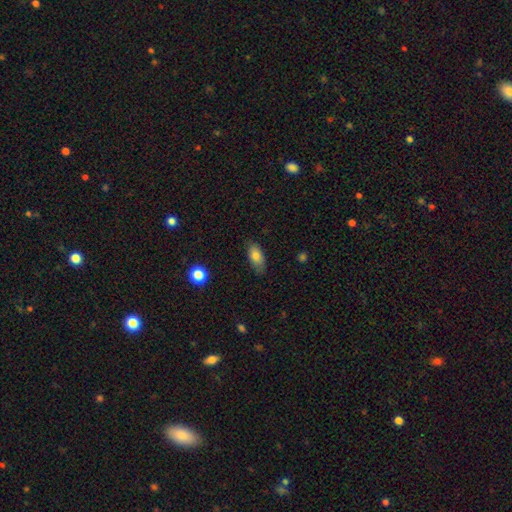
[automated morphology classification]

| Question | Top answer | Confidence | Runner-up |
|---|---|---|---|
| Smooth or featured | smooth | 79% | featured or disk (13%) |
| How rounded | in between | 88% | cigar-shaped (7%) |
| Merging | none | 77% | minor disturbance (18%) |